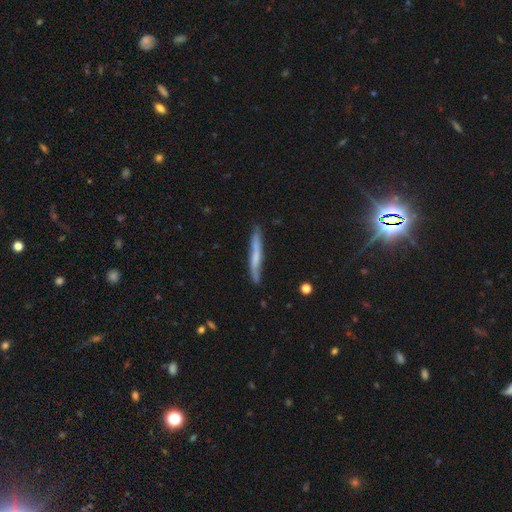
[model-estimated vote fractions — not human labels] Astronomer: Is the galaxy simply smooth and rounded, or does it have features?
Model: smooth — 47% (runner-up: featured or disk, 46%).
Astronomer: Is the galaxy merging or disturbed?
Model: none — 80%.